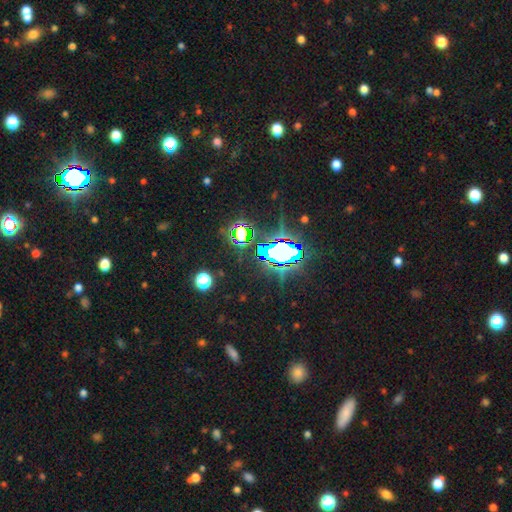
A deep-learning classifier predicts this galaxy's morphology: Overall: star or artifact (82%).